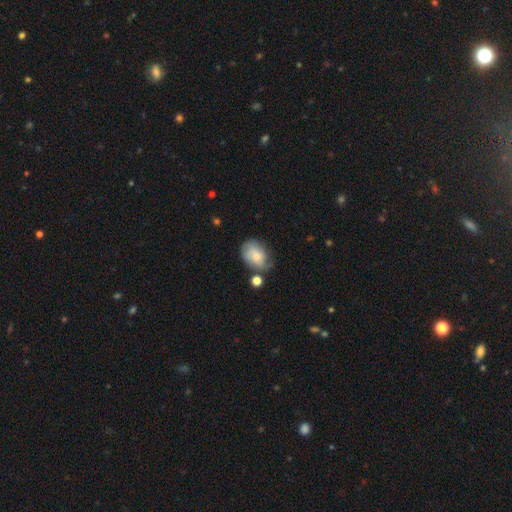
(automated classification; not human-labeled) smooth_or_featured: smooth (p=0.66) [alt: featured or disk p=0.26]
how_rounded: in between (p=0.76) [alt: round p=0.23]
merging: none (p=0.55) [alt: minor disturbance p=0.28]